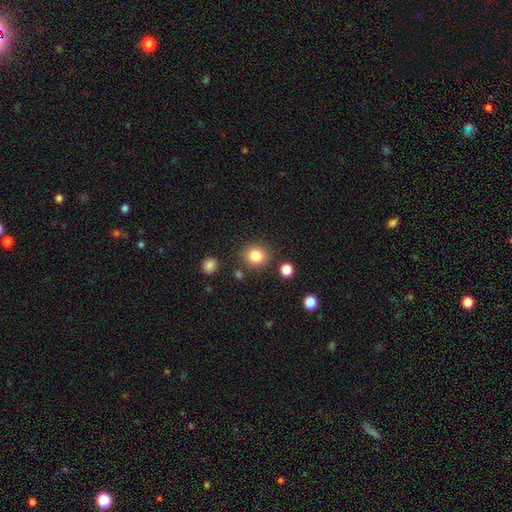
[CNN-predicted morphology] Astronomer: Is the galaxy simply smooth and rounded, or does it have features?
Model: smooth — 84%.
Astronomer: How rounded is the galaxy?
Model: round — 88%.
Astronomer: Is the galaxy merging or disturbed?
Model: none — 85%.